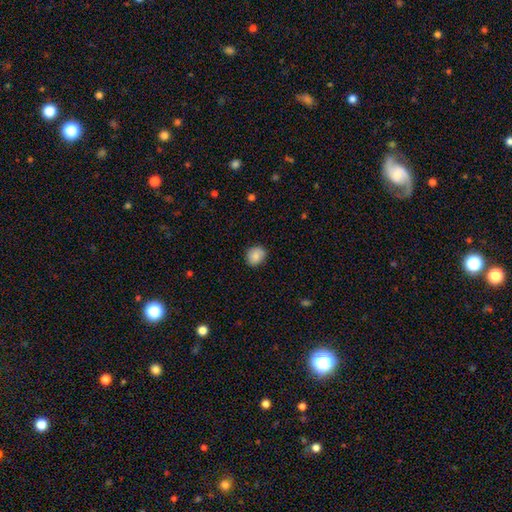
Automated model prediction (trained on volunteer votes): This is clearly a smooth galaxy (84%). How rounded: likely round (70%). Merging: clearly none (83%).